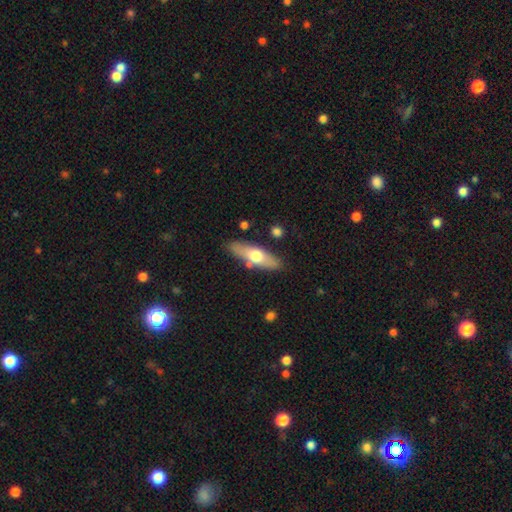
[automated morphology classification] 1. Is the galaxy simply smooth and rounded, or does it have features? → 54% smooth, 40% featured or disk, 5% star or artifact.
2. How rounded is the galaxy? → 51% cigar-shaped, 47% in between, 3% round.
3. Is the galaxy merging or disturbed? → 82% none, 11% minor disturbance, 4% merger, 3% major disturbance.